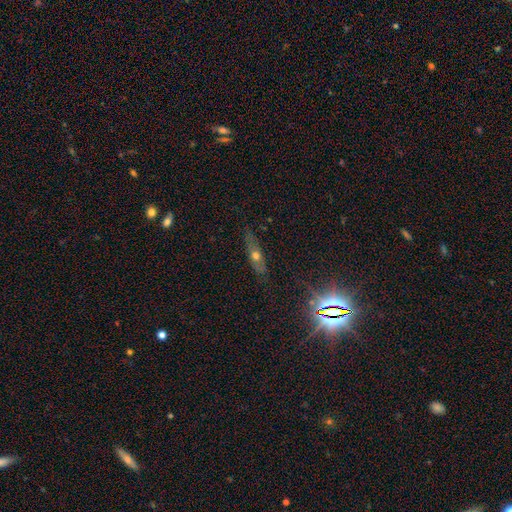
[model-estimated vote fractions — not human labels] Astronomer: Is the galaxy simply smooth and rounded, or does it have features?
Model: featured or disk — 44% (runner-up: smooth, 31%).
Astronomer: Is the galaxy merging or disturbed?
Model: none — 80%.